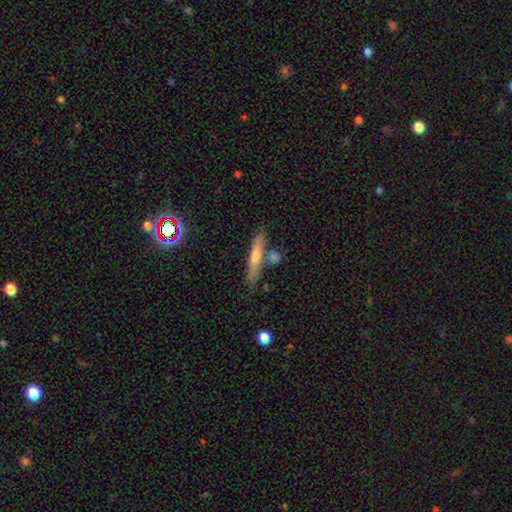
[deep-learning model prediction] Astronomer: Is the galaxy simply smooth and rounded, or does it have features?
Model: smooth — 51% (runner-up: featured or disk, 39%).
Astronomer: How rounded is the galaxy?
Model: cigar-shaped — 88%.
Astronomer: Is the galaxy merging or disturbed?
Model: none — 73%.